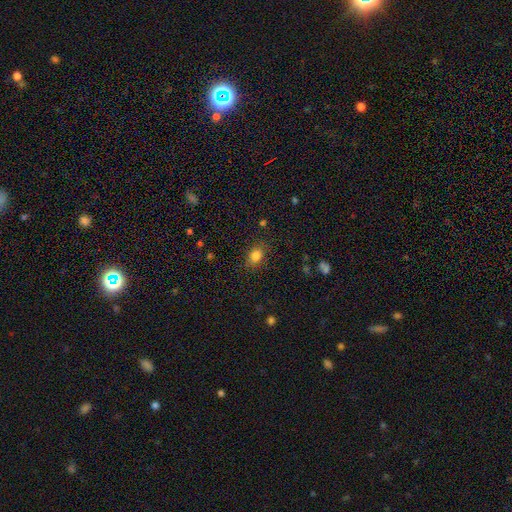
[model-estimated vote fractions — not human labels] Smooth or featured?
  - smooth: 82% *
  - star or artifact: 11%
  - featured or disk: 7%
How rounded?
  - in between: 68% *
  - round: 31%
  - cigar-shaped: 1%
Merging?
  - none: 84% *
  - minor disturbance: 12%
  - major disturbance: 3%
  - merger: 1%